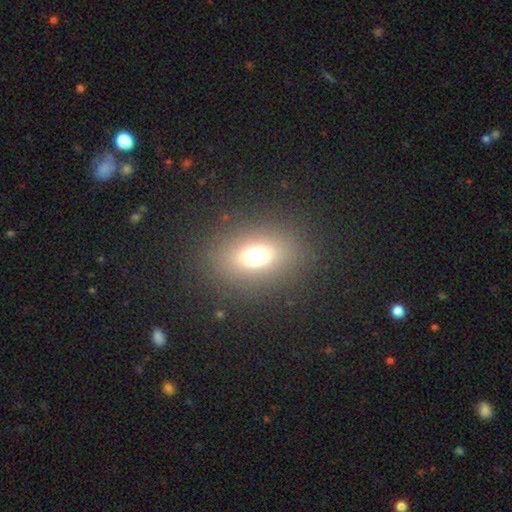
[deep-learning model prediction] smooth-or-featured: smooth: 69% | star or artifact: 17% | featured or disk: 14%
  how-rounded: in between: 69% | round: 28% | cigar-shaped: 3%
  merging: none: 85% | minor disturbance: 8% | major disturbance: 5% | merger: 1%